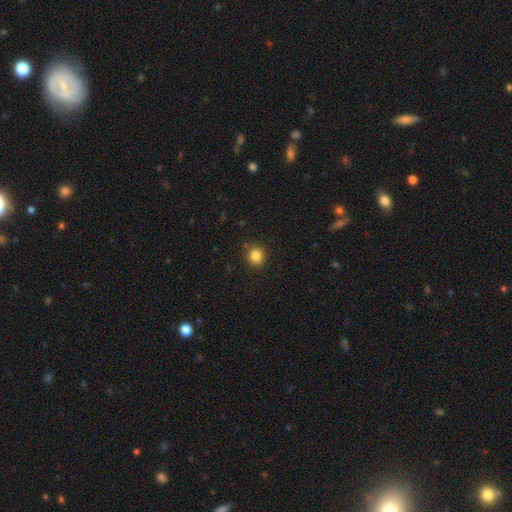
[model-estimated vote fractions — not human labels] Smooth or featured? Predicted: smooth (p=0.84). How rounded? Predicted: round (p=0.85). Merging? Predicted: none (p=0.89).